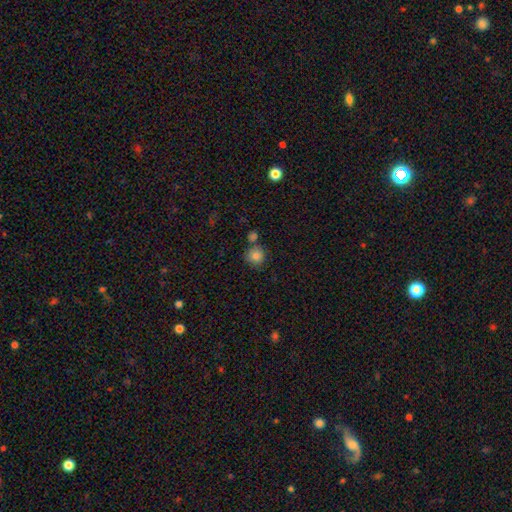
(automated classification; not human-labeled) smooth_or_featured: smooth (p=0.82) [alt: star or artifact p=0.10]
how_rounded: round (p=0.91) [alt: in between p=0.08]
merging: none (p=0.69) [alt: merger p=0.16]